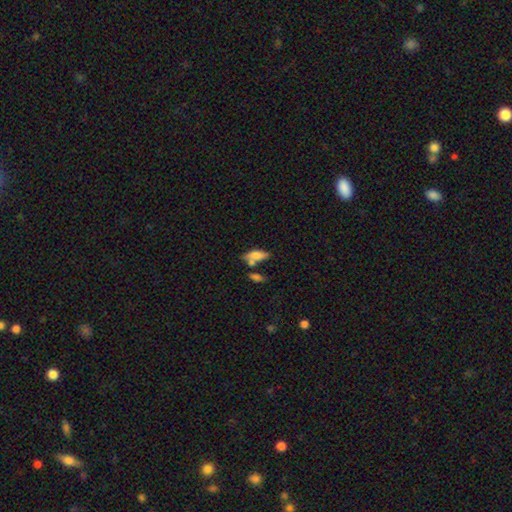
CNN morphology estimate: smooth-or-featured: smooth: 75% | featured or disk: 17% | star or artifact: 8%
  how-rounded: in between: 72% | cigar-shaped: 25% | round: 3%
  merging: none: 43% | merger: 33% | minor disturbance: 16% | major disturbance: 7%